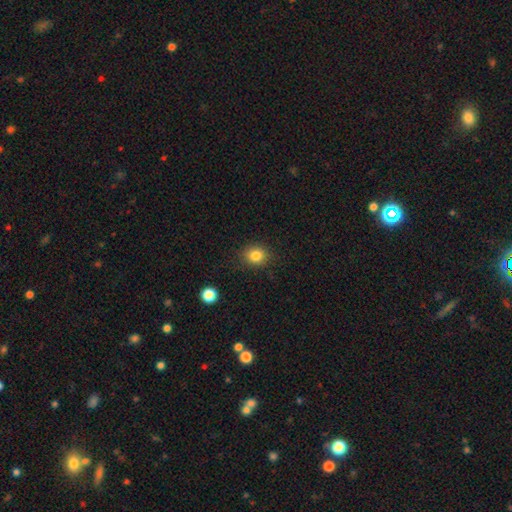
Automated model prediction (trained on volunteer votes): Smooth or featured: smooth — 83% (star or artifact — 11%)
How rounded: round — 73% (in between — 26%)
Merging: none — 87% (minor disturbance — 9%)